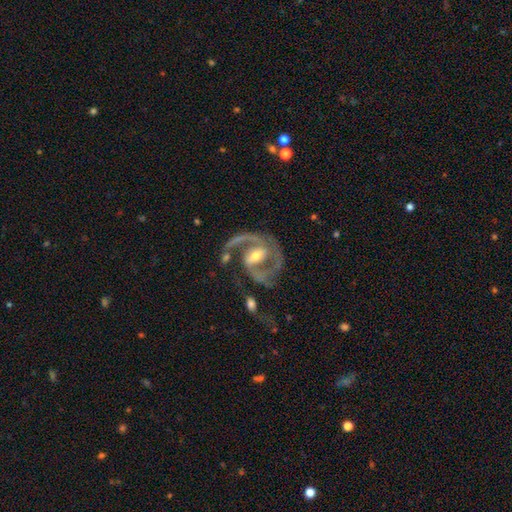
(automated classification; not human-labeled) This appears to be a featured or disk galaxy (91%) with a weak bar (43%), 2 (81%) medium (57%) spiral arms (96%) and a moderate central bulge (55%). Merging: none (53%).